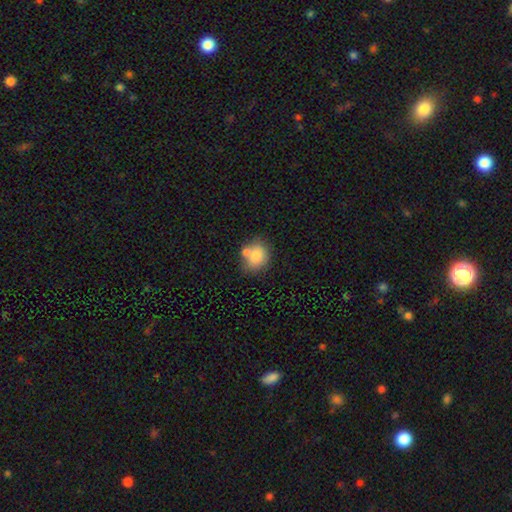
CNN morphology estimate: smooth_or_featured: smooth (p=0.80) [alt: featured or disk p=0.11]
how_rounded: round (p=0.64) [alt: in between p=0.35]
merging: none (p=0.56) [alt: merger p=0.25]